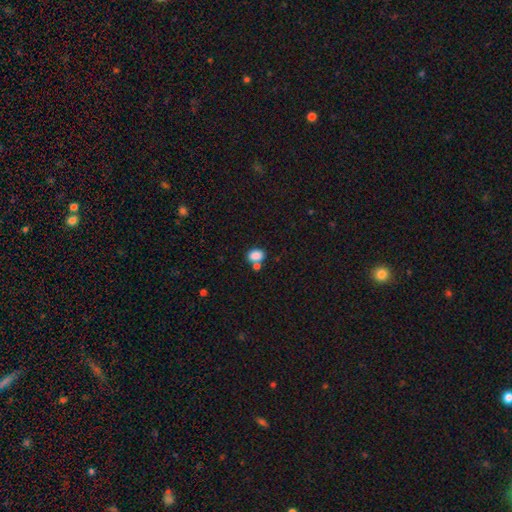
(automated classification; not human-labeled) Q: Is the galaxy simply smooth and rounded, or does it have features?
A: smooth — 85%.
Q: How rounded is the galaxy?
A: in between — 71%.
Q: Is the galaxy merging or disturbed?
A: none — 54%.